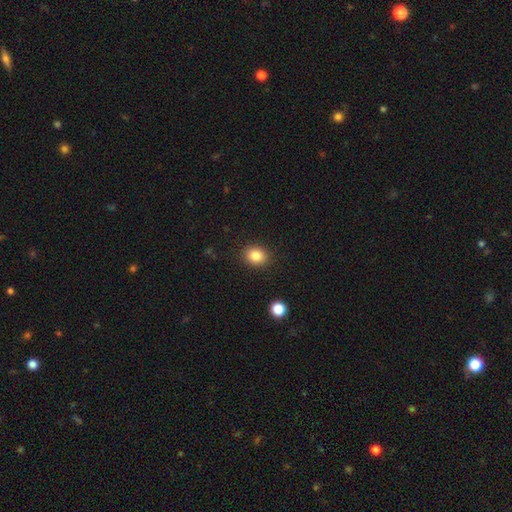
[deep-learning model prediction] This is clearly a smooth galaxy (84%). How rounded: possibly round (59%). Merging: clearly none (89%).